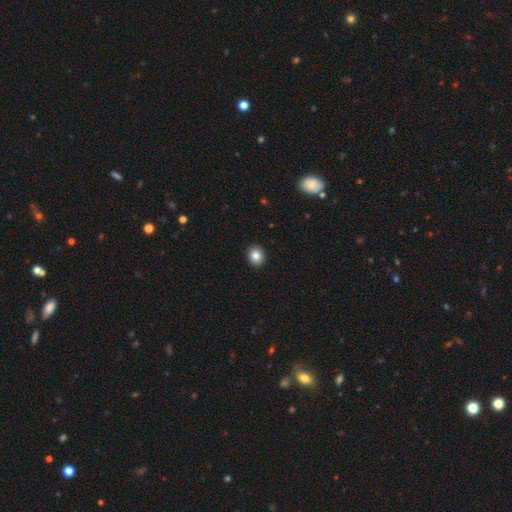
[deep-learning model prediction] This appears to be a smooth galaxy with no disk features (83%) that is round (66%). Merging: none (92%).